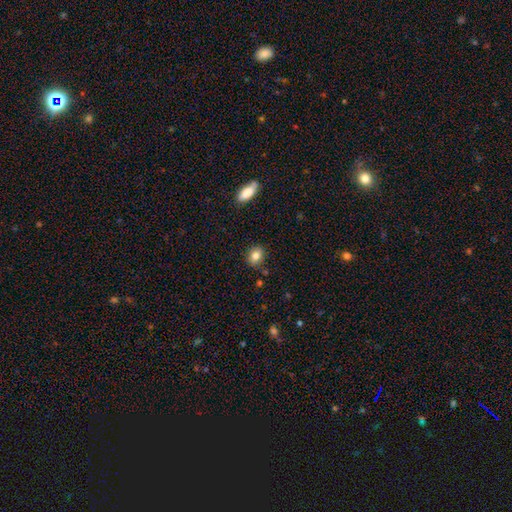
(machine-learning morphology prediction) This appears to be a smooth galaxy with no disk features (81%) that is round (55%). Merging: none (85%).